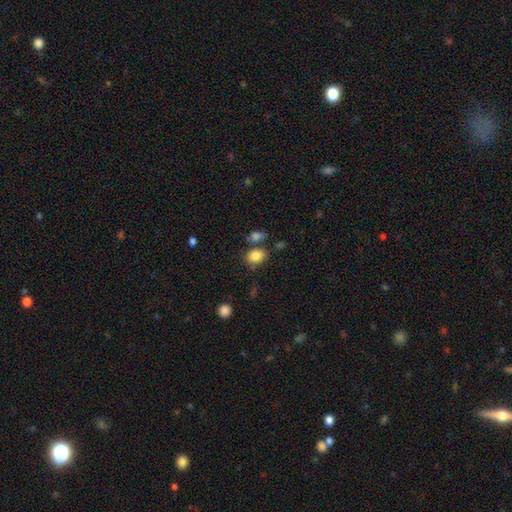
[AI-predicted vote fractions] Smooth or featured: smooth — 85% (star or artifact — 9%)
How rounded: in between — 62% (round — 37%)
Merging: none — 68% (merger — 15%)